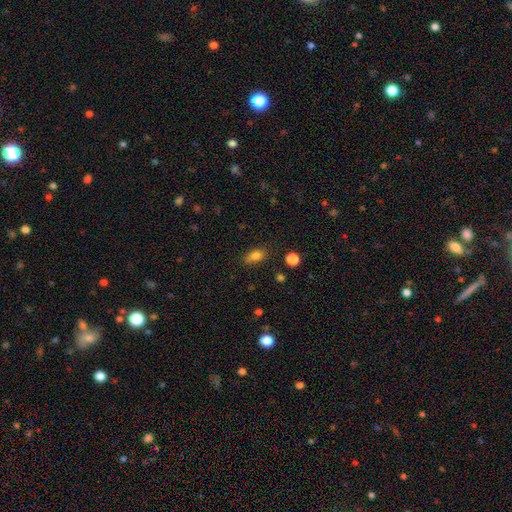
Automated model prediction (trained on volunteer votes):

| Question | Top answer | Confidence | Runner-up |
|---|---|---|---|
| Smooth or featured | smooth | 82% | star or artifact (12%) |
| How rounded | in between | 79% | round (16%) |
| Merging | none | 69% | minor disturbance (21%) |